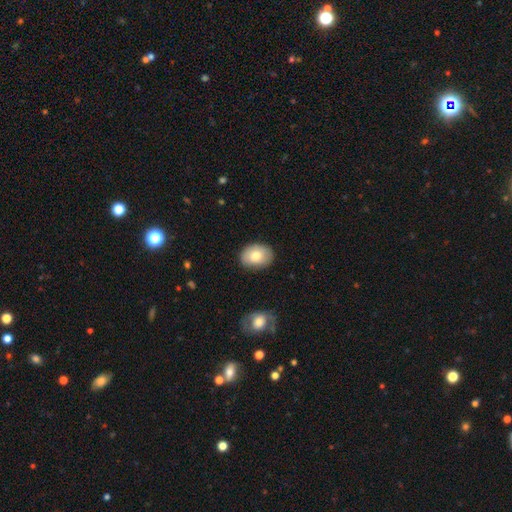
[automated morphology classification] The model was most divided on "how rounded": in between: 77%, round: 22%, cigar-shaped: 1%. More confident: merging — none (85%); smooth or featured — smooth (79%).